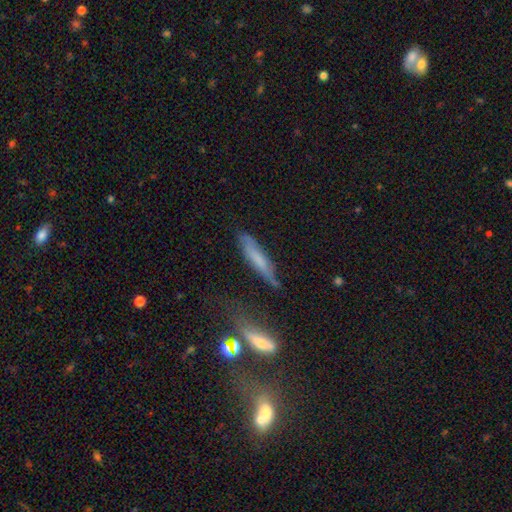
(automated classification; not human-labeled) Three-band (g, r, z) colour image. It shows a smooth galaxy with no disk features (58%) that is cigar-shaped (82%). Merging: none (60%).